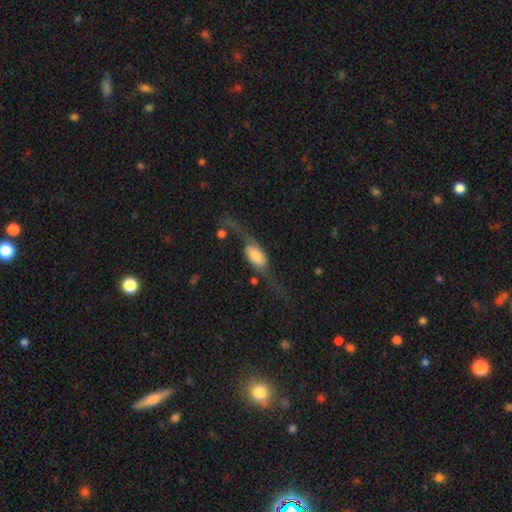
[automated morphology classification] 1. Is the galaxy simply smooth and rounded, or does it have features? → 63% featured or disk, 30% smooth, 7% star or artifact.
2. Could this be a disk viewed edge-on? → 71% no, 29% yes.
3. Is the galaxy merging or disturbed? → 40% none, 37% major disturbance, 18% minor disturbance, 6% merger.